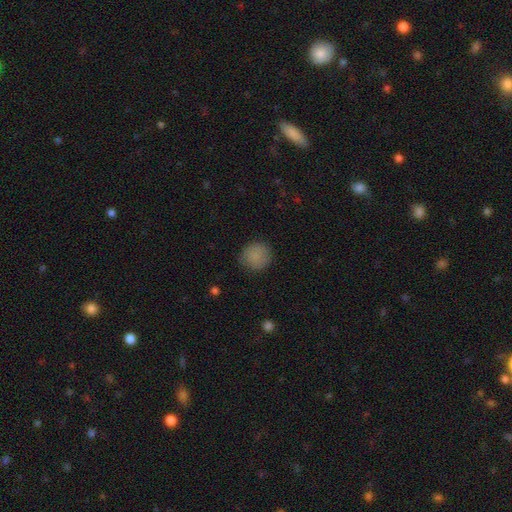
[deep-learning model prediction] Smooth or featured: smooth — 84% (star or artifact — 8%)
How rounded: round — 90% (in between — 9%)
Merging: none — 82% (minor disturbance — 14%)